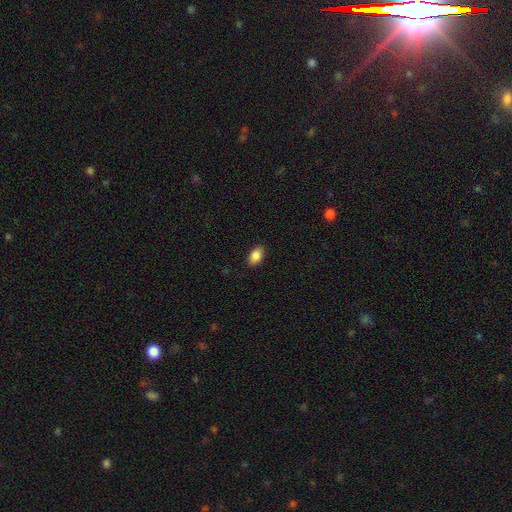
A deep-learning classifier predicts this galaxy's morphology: Smooth or featured: smooth — 87% (star or artifact — 8%)
How rounded: in between — 89% (round — 9%)
Merging: none — 87% (minor disturbance — 10%)